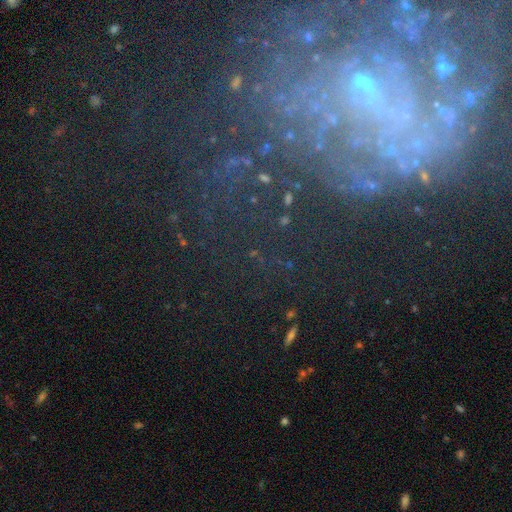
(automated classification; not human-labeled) Smooth or featured: featured or disk — 55% (star or artifact — 30%)
Edge-on disk: no — 95% (yes — 5%)
Bar: no — 67% (weak — 22%)
Spiral arms: yes — 53% (no — 47%)
Bulge size: small — 56% (none — 28%)
Merging: none — 56% (major disturbance — 23%)